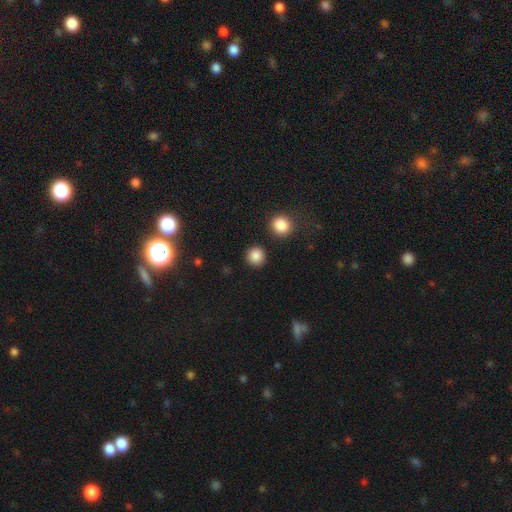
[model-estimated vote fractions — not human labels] Overall: smooth (86%). How rounded: round (93%). Merging: none (89%).